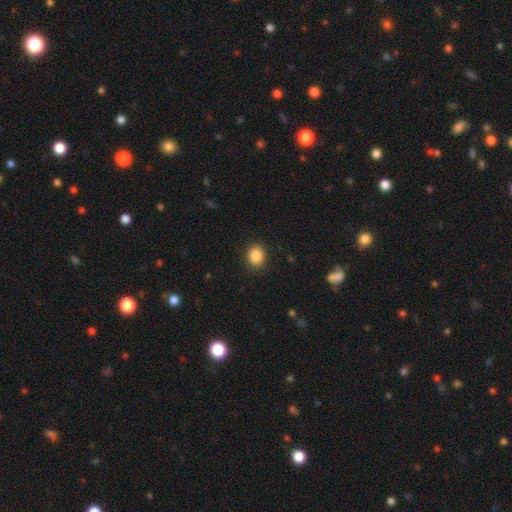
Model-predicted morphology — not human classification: smooth_or_featured: smooth (p=0.88) [alt: star or artifact p=0.09]
how_rounded: round (p=0.50) [alt: in between p=0.49]
merging: none (p=0.89) [alt: minor disturbance p=0.08]